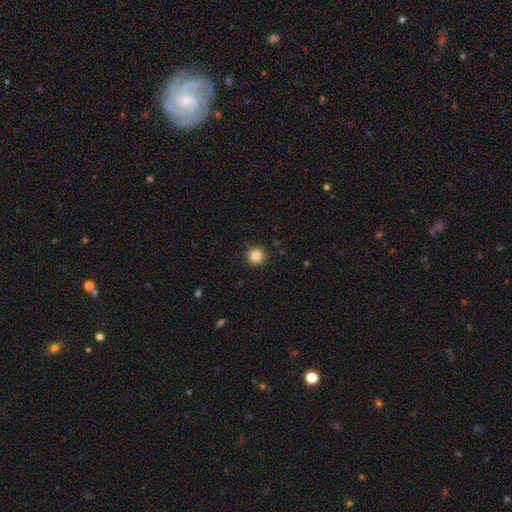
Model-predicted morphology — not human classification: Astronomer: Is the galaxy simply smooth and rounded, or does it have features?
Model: smooth — 85%.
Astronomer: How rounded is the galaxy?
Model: round — 95%.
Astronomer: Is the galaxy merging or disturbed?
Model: none — 91%.